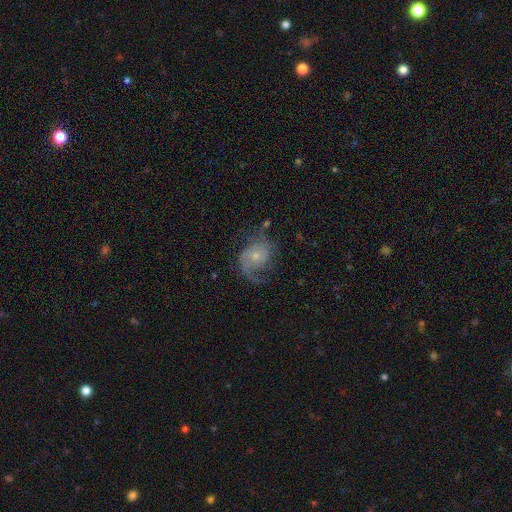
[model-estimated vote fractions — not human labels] Smooth or featured? featured or disk (72%)
Edge-on disk? no (97%)
Bar? no (74%)
Spiral arms? yes (91%)
Spiral winding? loose (41%)
Spiral arm count? 2 (47%)
Bulge size? small (63%)
Merging? none (52%)